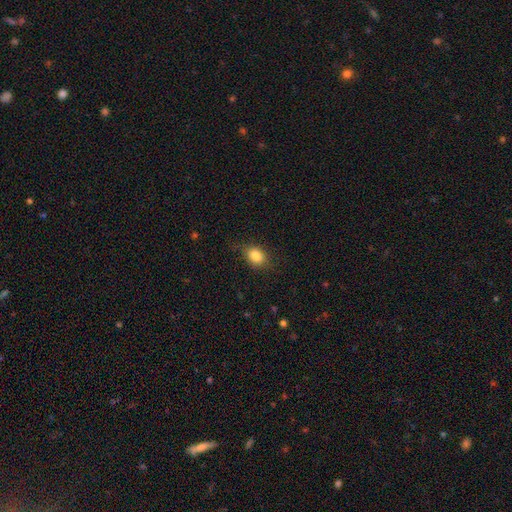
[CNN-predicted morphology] smooth_or_featured: smooth (p=0.84) [alt: star or artifact p=0.09]
how_rounded: in between (p=0.63) [alt: round p=0.36]
merging: none (p=0.75) [alt: minor disturbance p=0.19]